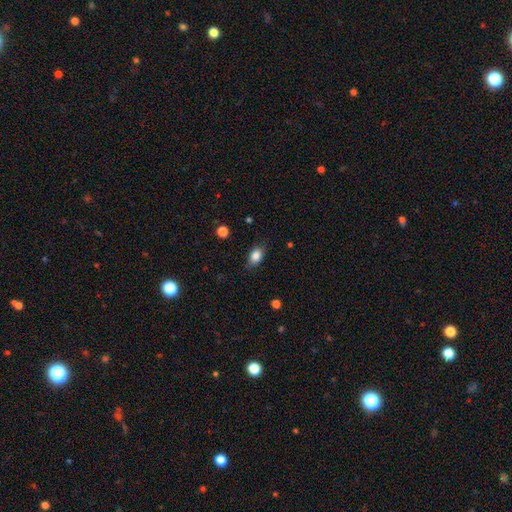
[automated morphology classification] Smooth or featured? smooth (84%)
How rounded? in between (83%)
Merging? none (81%)